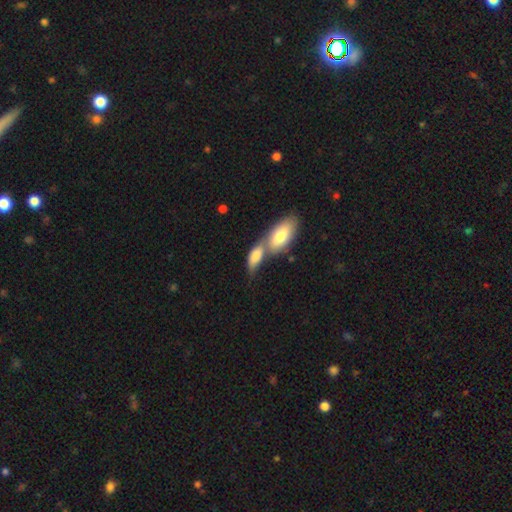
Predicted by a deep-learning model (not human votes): smooth 77%, featured or disk 17%, star or artifact 6%. Down the decision tree: how rounded — in between (86%); merging — merger (67%).